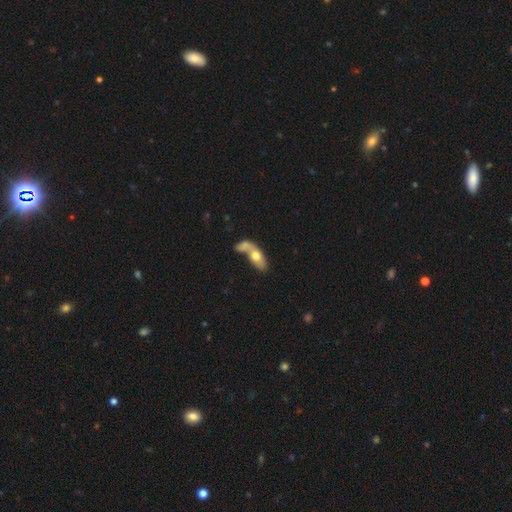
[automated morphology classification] A smooth galaxy with no disk features (64%) that is in between round and cigar-shaped (77%).

Vote fractions:
- Smooth or featured? smooth: 64% / featured or disk: 30% / star or artifact: 6%
- How rounded? in between: 77% / cigar-shaped: 15% / round: 8%
- Merging? merger: 63% / none: 19% / major disturbance: 9% / minor disturbance: 9%